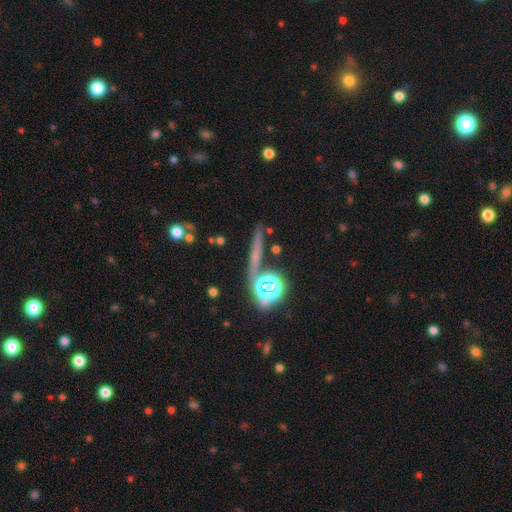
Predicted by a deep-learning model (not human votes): smooth_or_featured: star or artifact (p=0.37) [alt: smooth p=0.36]